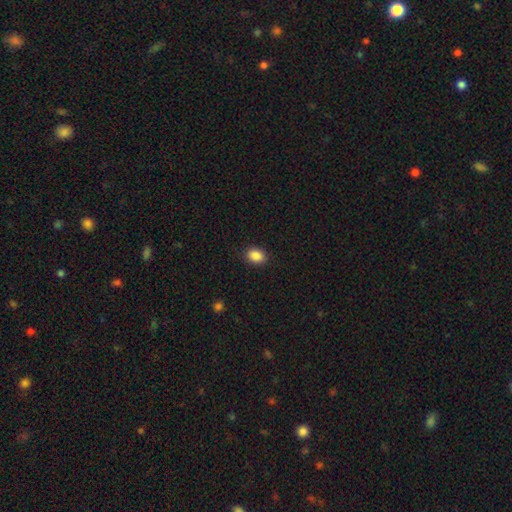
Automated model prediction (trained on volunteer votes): smooth-or-featured: smooth: 88% | star or artifact: 9% | featured or disk: 3%
  how-rounded: in between: 68% | round: 31% | cigar-shaped: 1%
  merging: none: 88% | minor disturbance: 8% | major disturbance: 2% | merger: 1%